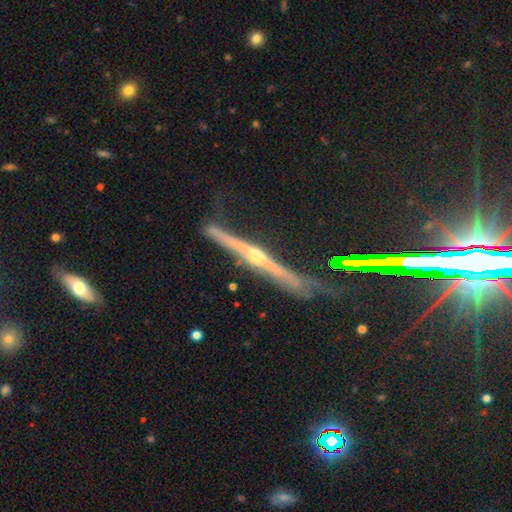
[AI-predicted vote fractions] Q: Smooth or featured?
A: featured or disk (83%); runner-up: smooth (10%)
Q: Edge-on disk?
A: yes (96%); runner-up: no (4%)
Q: Edge-on bulge?
A: rounded (85%); runner-up: none (9%)
Q: Merging?
A: none (61%); runner-up: minor disturbance (25%)